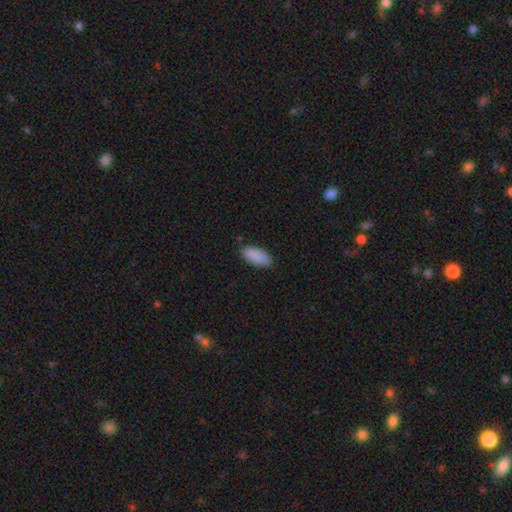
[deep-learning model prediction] smooth-or-featured: smooth: 90% | star or artifact: 6% | featured or disk: 4%
  how-rounded: in between: 90% | cigar-shaped: 8% | round: 2%
  merging: none: 82% | minor disturbance: 14% | major disturbance: 2% | merger: 1%